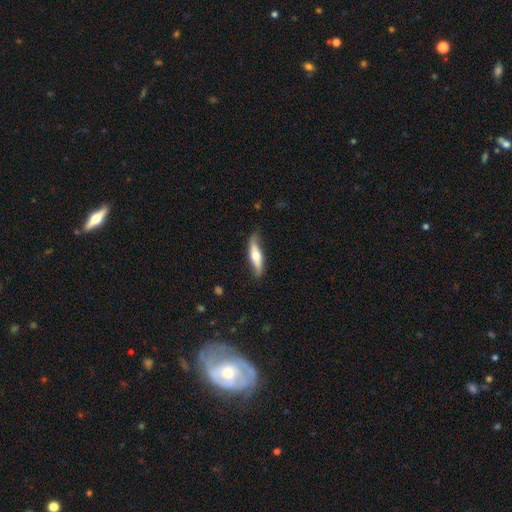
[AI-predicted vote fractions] This appears to be a featured or disk galaxy (49%). Merging: none (73%).